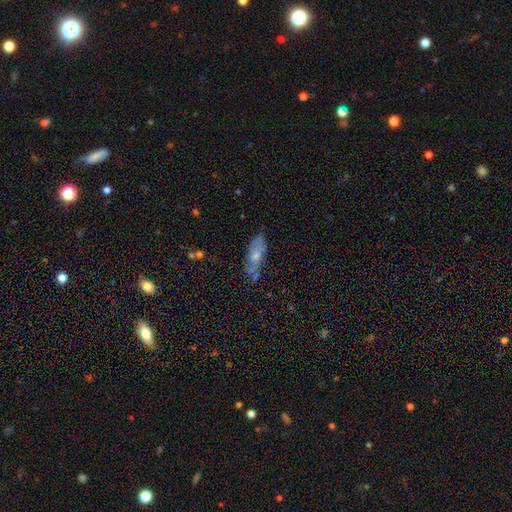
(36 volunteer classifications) Smooth or featured? smooth (64%)
How rounded? in between (61%)
Merging? none (49%)